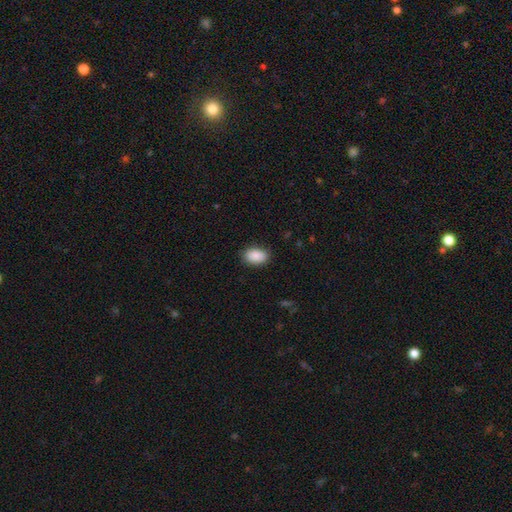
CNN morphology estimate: Overall: smooth (89%). How rounded: in between (88%). Merging: none (87%).